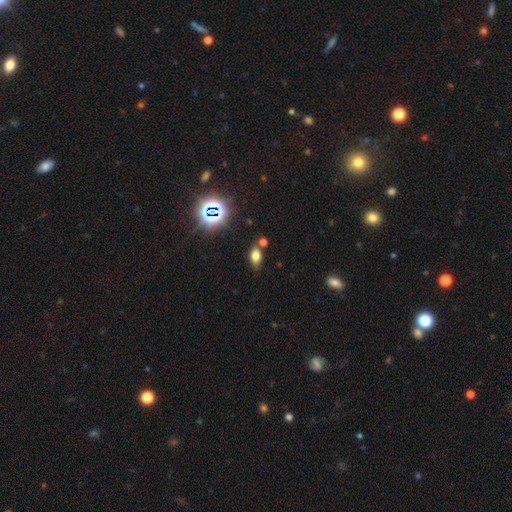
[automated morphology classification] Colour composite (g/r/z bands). It shows a smooth galaxy with no disk features (69%) that is in between round and cigar-shaped (82%). Merging: none (67%).